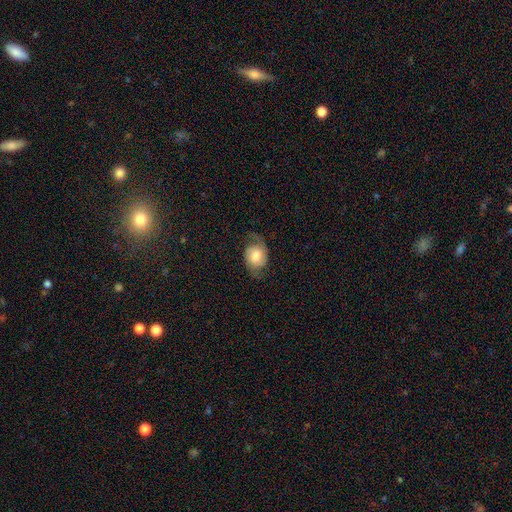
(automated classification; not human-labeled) featured or disk 63%, smooth 29%, star or artifact 8%. Down the decision tree: edge-on disk — no (97%); bar — no (63%); spiral arms — yes (92%); spiral arm count — 2 (87%); spiral winding — loose (43%); bulge size — moderate (48%); merging — none (66%).